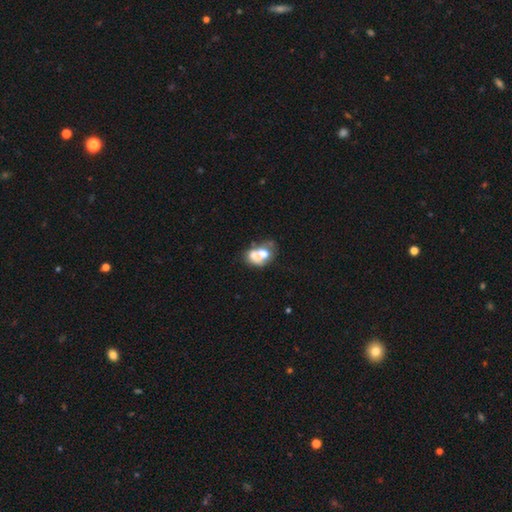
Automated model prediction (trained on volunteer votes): This appears to be a smooth galaxy with no disk features (52%) that is in between round and cigar-shaped (73%). Merging: merger (48%).